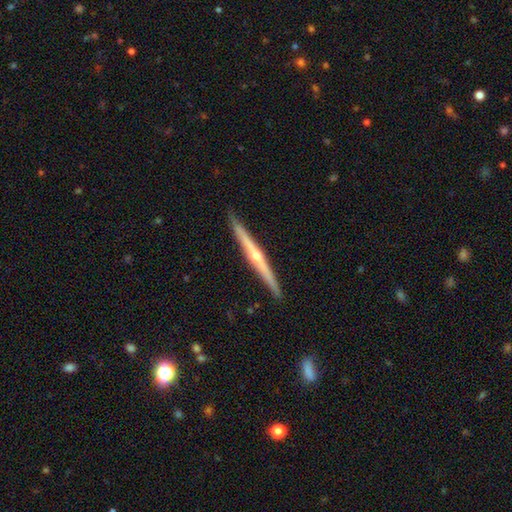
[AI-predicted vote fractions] A featured or disk galaxy (80%) viewed edge-on (98%) with a rounded central bulge (83%).

Vote fractions:
- Smooth or featured? featured or disk: 80% / smooth: 15% / star or artifact: 5%
- Edge-on disk? yes: 98% / no: 2%
- Edge-on bulge? rounded: 83% / none: 14% / boxy: 3%
- Merging? none: 92% / minor disturbance: 6% / major disturbance: 1% / merger: 1%